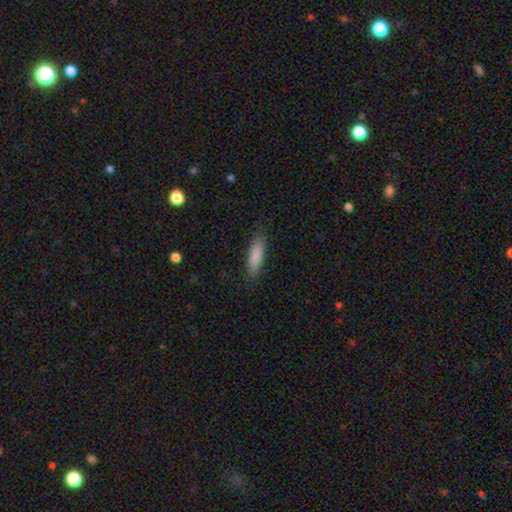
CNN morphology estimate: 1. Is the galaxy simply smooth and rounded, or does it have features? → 85% smooth, 8% featured or disk, 6% star or artifact.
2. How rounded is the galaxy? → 59% cigar-shaped, 40% in between, 2% round.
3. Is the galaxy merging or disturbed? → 85% none, 11% minor disturbance, 3% major disturbance, 1% merger.